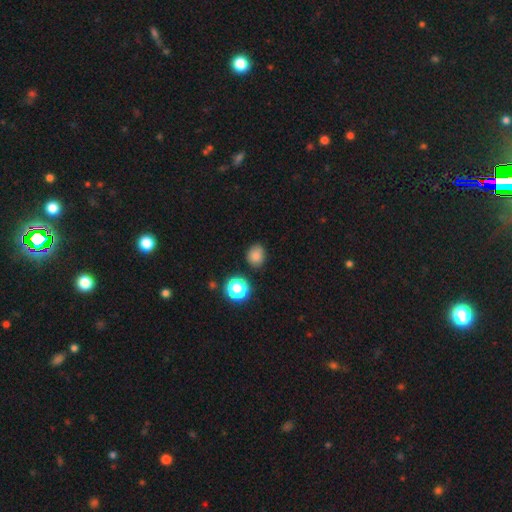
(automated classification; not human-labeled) smooth_or_featured: smooth (p=0.79) [alt: star or artifact p=0.15]
how_rounded: round (p=0.64) [alt: in between p=0.35]
merging: none (p=0.80) [alt: minor disturbance p=0.13]